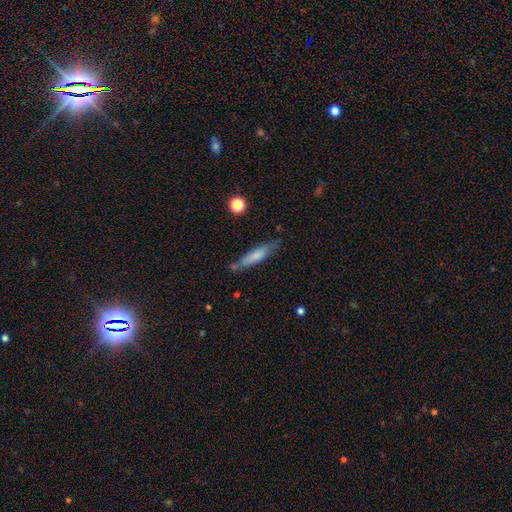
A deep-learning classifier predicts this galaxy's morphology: This is likely a smooth galaxy (69%). How rounded: likely cigar-shaped (78%). Merging: likely none (65%).